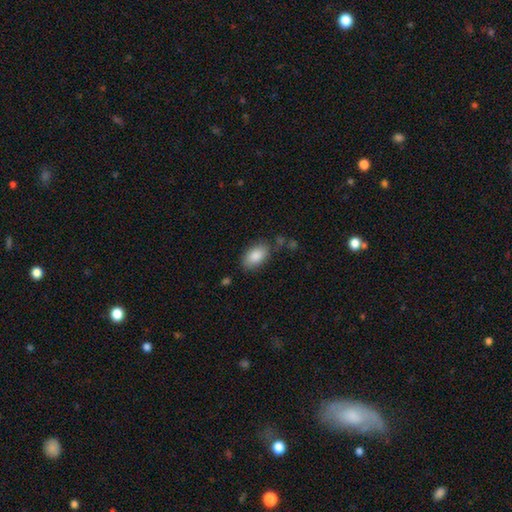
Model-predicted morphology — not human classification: Overall: smooth (87%). How rounded: in between (92%). Merging: none (76%).